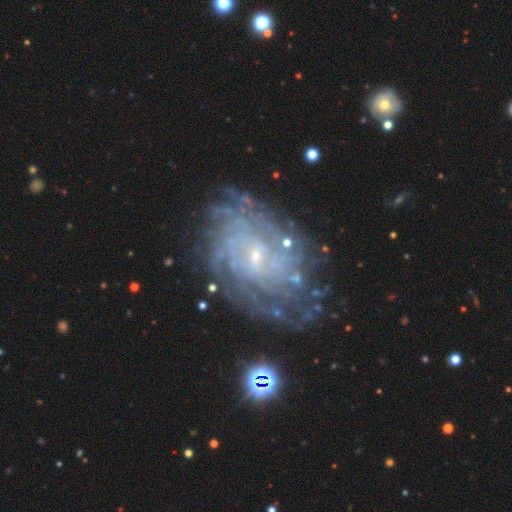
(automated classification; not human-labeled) Q: Smooth or featured?
A: featured or disk (84%); runner-up: star or artifact (8%)
Q: Edge-on disk?
A: no (97%); runner-up: yes (3%)
Q: Bar?
A: weak (47%); runner-up: no (42%)
Q: Spiral arms?
A: yes (93%); runner-up: no (7%)
Q: Spiral winding?
A: tight (68%); runner-up: medium (24%)
Q: Spiral arm count?
A: can't tell (42%); runner-up: more than 4 (20%)
Q: Bulge size?
A: small (78%); runner-up: moderate (14%)
Q: Merging?
A: none (72%); runner-up: minor disturbance (17%)